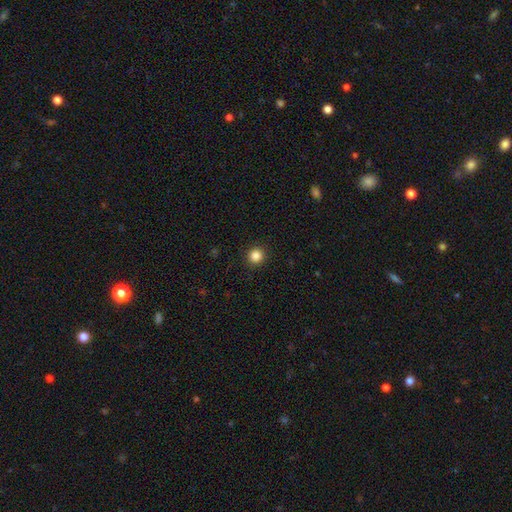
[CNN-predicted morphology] Smooth or featured?
  - smooth: 85% *
  - star or artifact: 11%
  - featured or disk: 4%
How rounded?
  - round: 94% *
  - in between: 5%
  - cigar-shaped: 1%
Merging?
  - none: 92% *
  - minor disturbance: 5%
  - major disturbance: 2%
  - merger: 1%